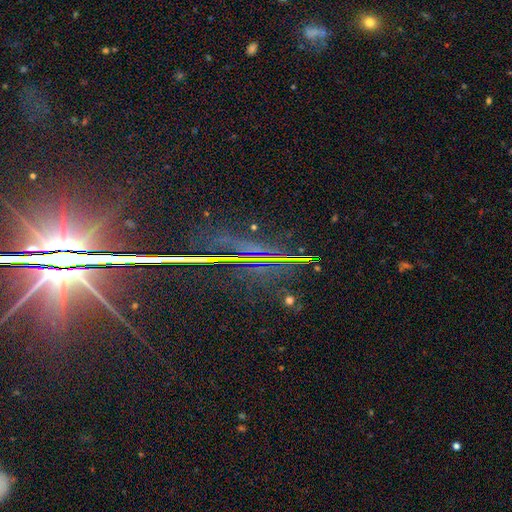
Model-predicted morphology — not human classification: Smooth or featured: star or artifact — 84% (featured or disk — 9%)